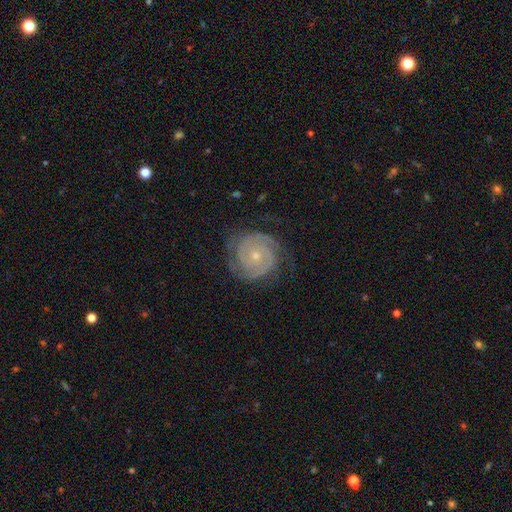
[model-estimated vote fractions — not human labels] The model was most divided on "spiral arm count": 2: 59%, 3: 17%, can't tell: 13%, 4: 4%, 1: 4%, more than 4: 4%. More confident: edge-on disk — no (98%); spiral arms — yes (97%); smooth or featured — featured or disk (87%); bar — no (78%); merging — none (77%); spiral winding — tight (74%); bulge size — small (70%).